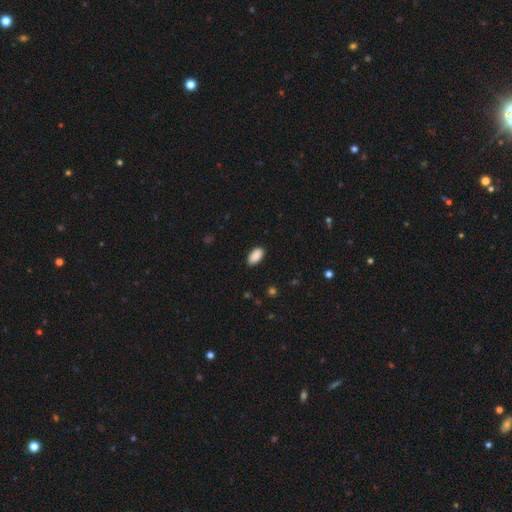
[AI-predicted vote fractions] Smooth or featured: smooth — 90% (star or artifact — 7%)
How rounded: in between — 94% (round — 3%)
Merging: none — 87% (minor disturbance — 10%)